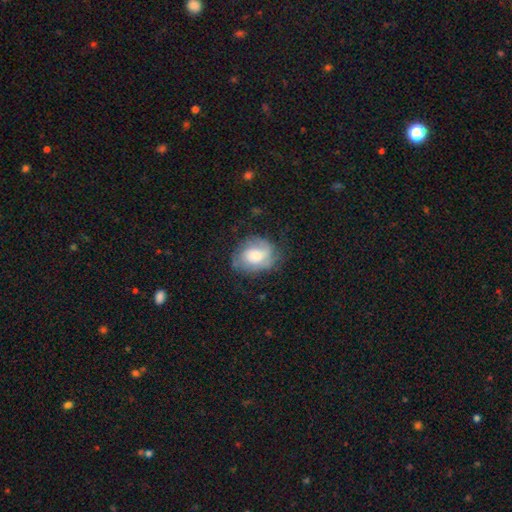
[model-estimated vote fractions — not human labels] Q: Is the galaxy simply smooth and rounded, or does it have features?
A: featured or disk — 52%.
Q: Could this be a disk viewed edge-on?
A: no — 97%.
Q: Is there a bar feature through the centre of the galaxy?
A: no — 66%.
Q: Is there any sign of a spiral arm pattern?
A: yes — 82%.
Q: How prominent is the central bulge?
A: moderate — 37%.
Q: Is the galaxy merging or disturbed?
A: none — 62%.